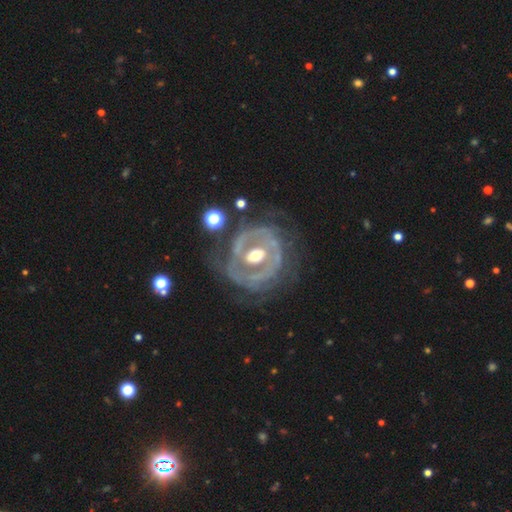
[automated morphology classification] This appears to be a featured or disk galaxy (83%) with no bar (44%), spiral arms (62%) and a moderate central bulge (71%). Merging: none (57%).